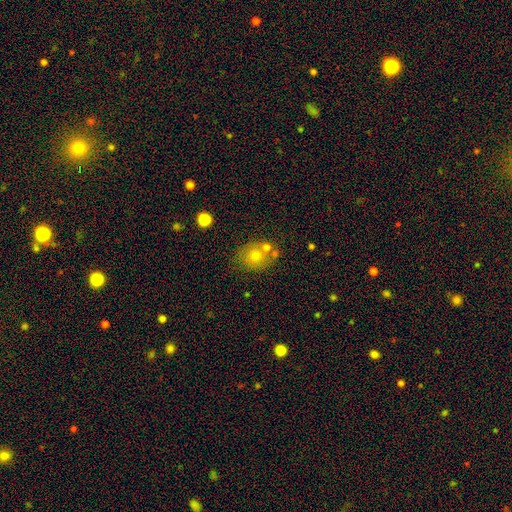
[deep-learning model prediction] smooth-or-featured: smooth: 68% | featured or disk: 20% | star or artifact: 12%
  how-rounded: round: 67% | in between: 32% | cigar-shaped: 1%
  merging: none: 60% | merger: 21% | minor disturbance: 14% | major disturbance: 5%